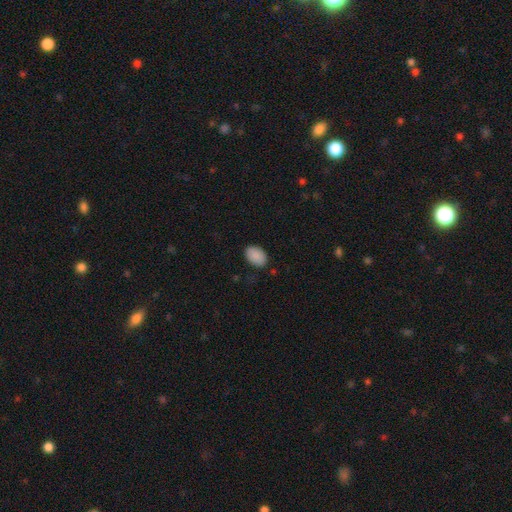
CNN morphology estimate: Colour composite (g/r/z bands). It shows a smooth galaxy with no disk features (90%) that is in between round and cigar-shaped (87%). Merging: none (85%).